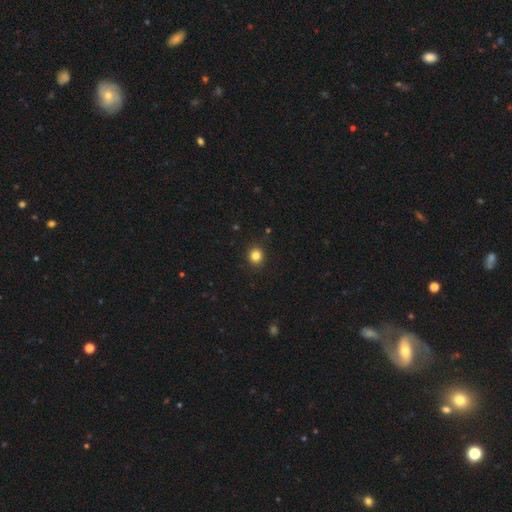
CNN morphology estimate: smooth 83%, star or artifact 12%, featured or disk 5%. Down the decision tree: how rounded — round (85%); merging — none (90%).